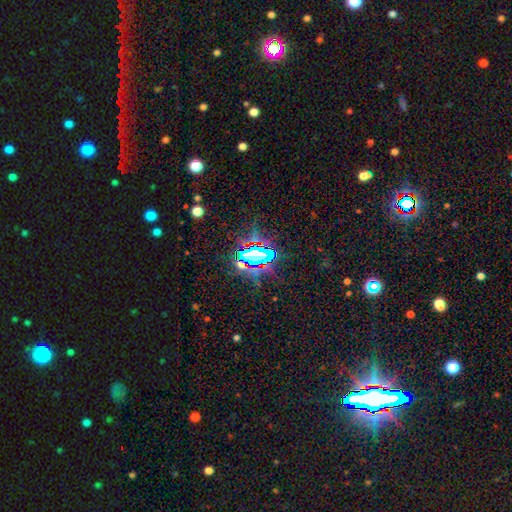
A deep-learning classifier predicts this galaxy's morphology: A star or artifact, not a galaxy (72%).